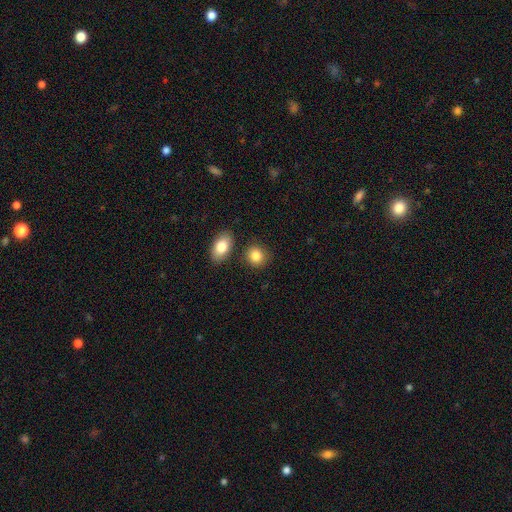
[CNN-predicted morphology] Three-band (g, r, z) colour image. It shows a smooth galaxy with no disk features (84%) that is round (72%). Merging: none (81%).